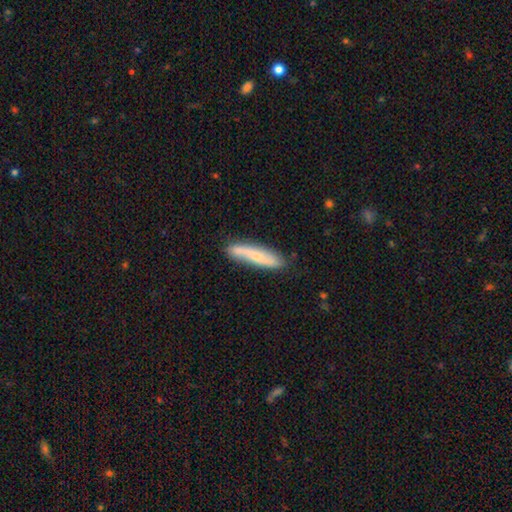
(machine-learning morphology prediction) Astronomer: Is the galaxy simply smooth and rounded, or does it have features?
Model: smooth — 51% (runner-up: featured or disk, 43%).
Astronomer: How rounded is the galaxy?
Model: cigar-shaped — 84%.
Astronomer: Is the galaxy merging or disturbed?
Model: none — 76%.